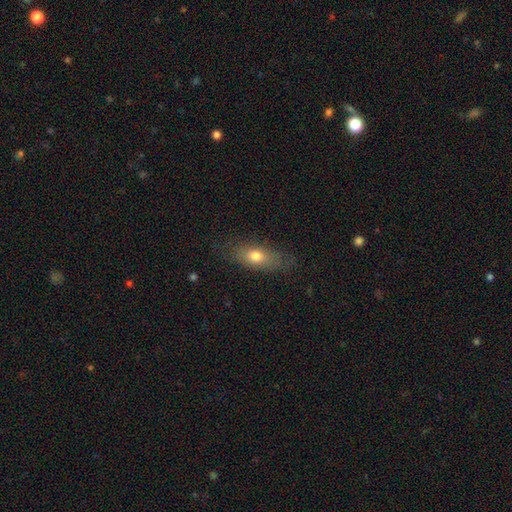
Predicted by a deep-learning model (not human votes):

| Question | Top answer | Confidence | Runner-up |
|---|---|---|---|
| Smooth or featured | smooth | 70% | featured or disk (21%) |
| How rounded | in between | 75% | cigar-shaped (18%) |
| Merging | none | 74% | minor disturbance (18%) |